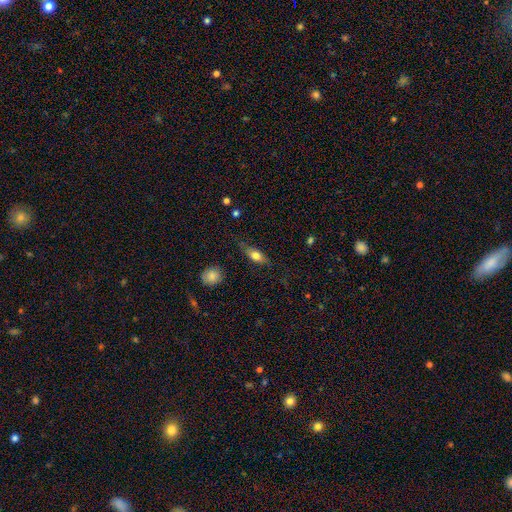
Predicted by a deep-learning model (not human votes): Morphology: type=smooth (71%); roundness=in between (77%); merging=none (70%).